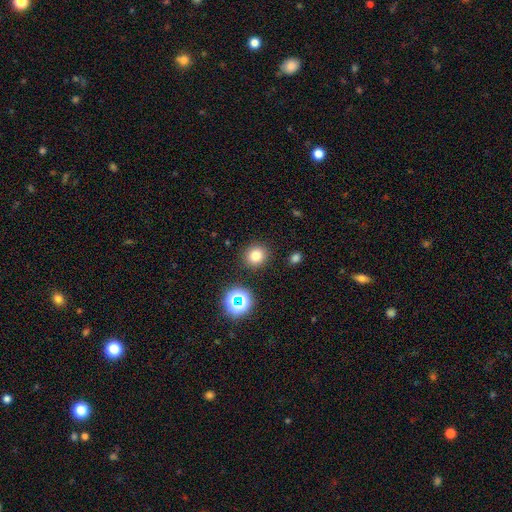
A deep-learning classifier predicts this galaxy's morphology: The model was most divided on "smooth or featured": smooth: 76%, star or artifact: 17%, featured or disk: 7%. More confident: how rounded — round (89%); merging — none (88%).